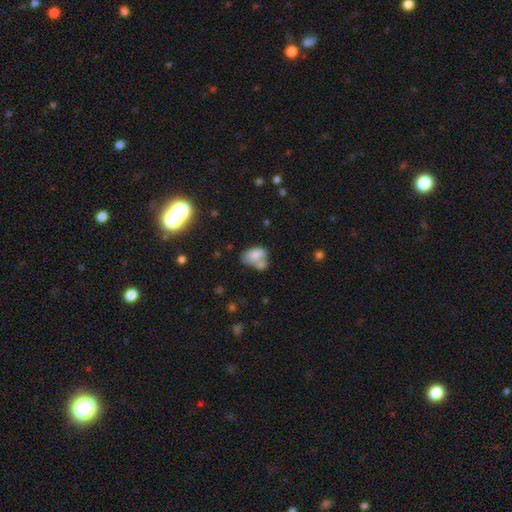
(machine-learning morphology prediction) Q: Smooth or featured?
A: smooth (77%); runner-up: featured or disk (13%)
Q: How rounded?
A: in between (89%); runner-up: round (9%)
Q: Merging?
A: merger (49%); runner-up: none (28%)